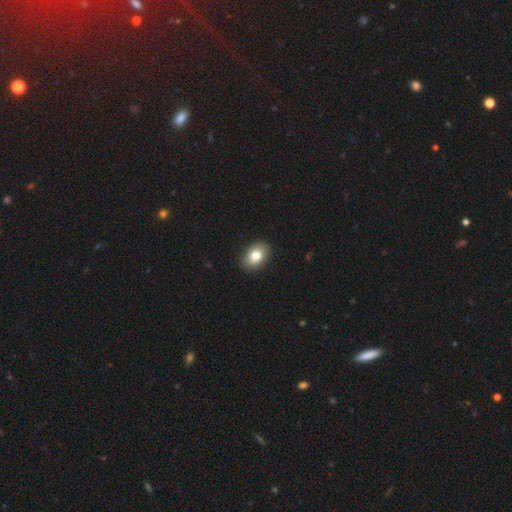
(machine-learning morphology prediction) smooth_or_featured: smooth (p=0.81) [alt: featured or disk p=0.11]
how_rounded: in between (p=0.77) [alt: round p=0.22]
merging: none (p=0.90) [alt: minor disturbance p=0.07]